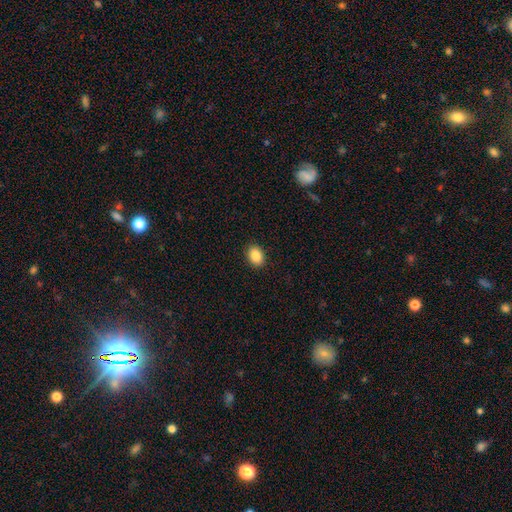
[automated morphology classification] The model was most divided on "how rounded": in between: 77%, round: 22%, cigar-shaped: 1%. More confident: merging — none (90%); smooth or featured — smooth (87%).